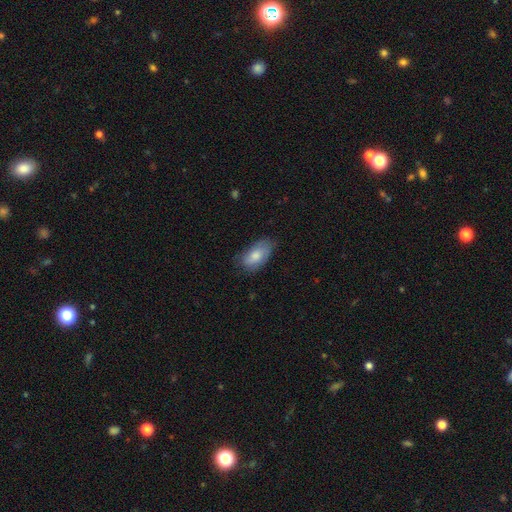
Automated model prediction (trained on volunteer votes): The model was most divided on "merging": none: 64%, minor disturbance: 28%, major disturbance: 7%, merger: 1%. More confident: how rounded — in between (92%); smooth or featured — smooth (75%).